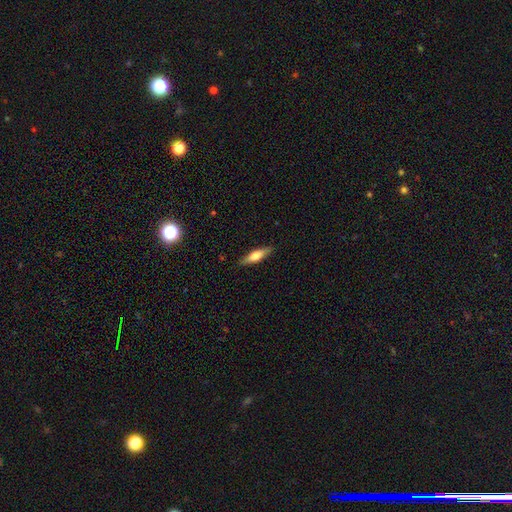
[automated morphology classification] Smooth or featured? Predicted: smooth (p=0.59). How rounded? Predicted: cigar-shaped (p=0.66). Merging? Predicted: none (p=0.87).